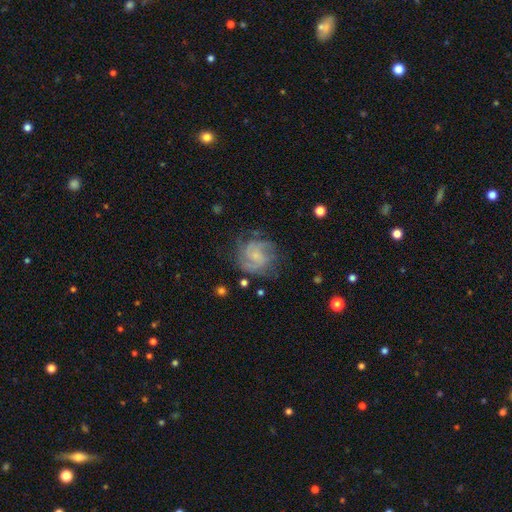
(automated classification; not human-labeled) A featured or disk galaxy (79%) with no bar (67%), 3 (30%) medium (44%) spiral arms (94%) and a small central bulge (66%). Merging: none (68%).